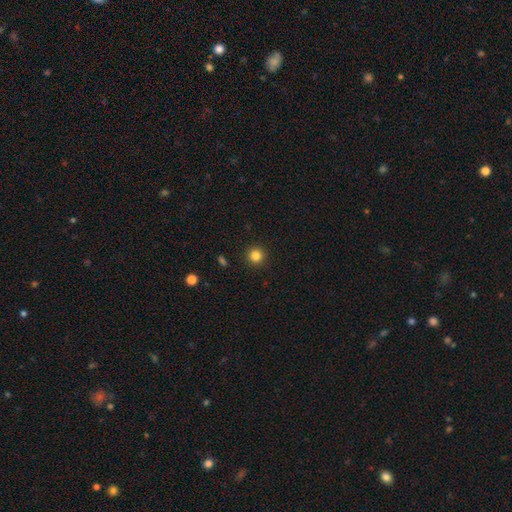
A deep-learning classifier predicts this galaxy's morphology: smooth_or_featured: smooth (p=0.84) [alt: star or artifact p=0.12]
how_rounded: round (p=0.95) [alt: in between p=0.04]
merging: none (p=0.93) [alt: minor disturbance p=0.05]